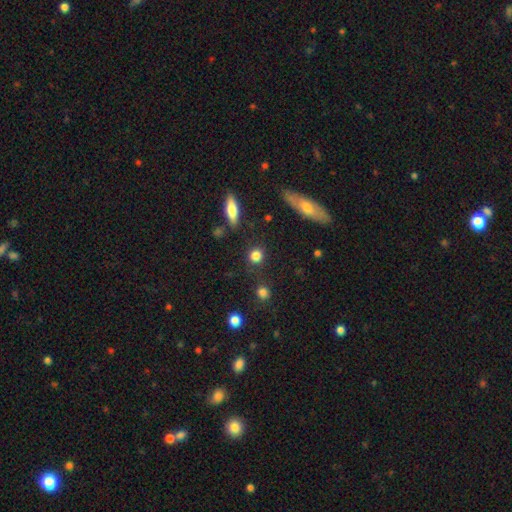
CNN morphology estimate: A smooth galaxy with no disk features (83%) that is round (84%).

Vote fractions:
- Smooth or featured? smooth: 83% / star or artifact: 10% / featured or disk: 6%
- How rounded? round: 84% / in between: 13% / cigar-shaped: 3%
- Merging? none: 83% / minor disturbance: 10% / merger: 4% / major disturbance: 4%